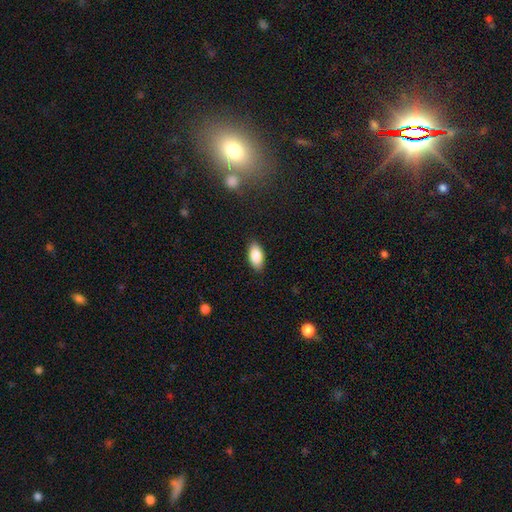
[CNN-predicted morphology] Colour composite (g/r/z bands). It shows a smooth galaxy with no disk features (87%) that is in between round and cigar-shaped (92%). Merging: none (87%).